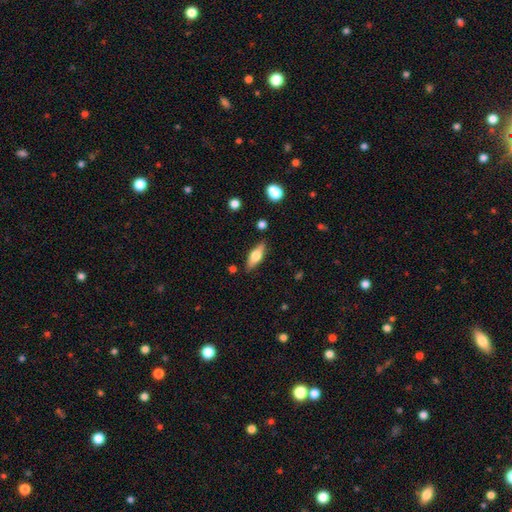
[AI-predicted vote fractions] Smooth or featured?
  - smooth: 56% *
  - featured or disk: 37%
  - star or artifact: 7%
How rounded?
  - in between: 63% *
  - cigar-shaped: 34%
  - round: 3%
Merging?
  - none: 85% *
  - minor disturbance: 11%
  - major disturbance: 2%
  - merger: 2%